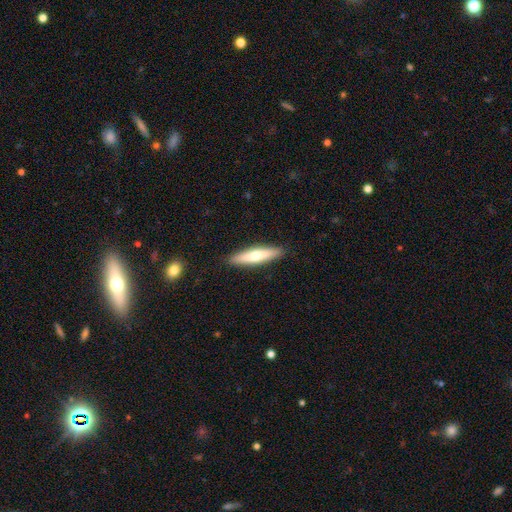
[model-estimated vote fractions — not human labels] Morphology: type=smooth (62%); roundness=cigar-shaped (82%); merging=none (90%).